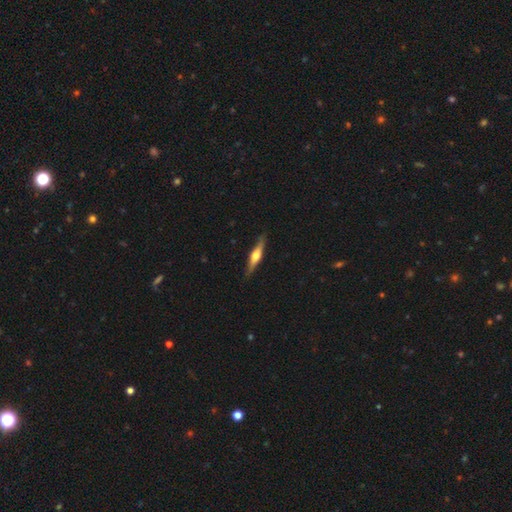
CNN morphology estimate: type=featured or disk (62%); edge-on=yes (96%); edge-on bulge=rounded (91%); merging=none (88%).